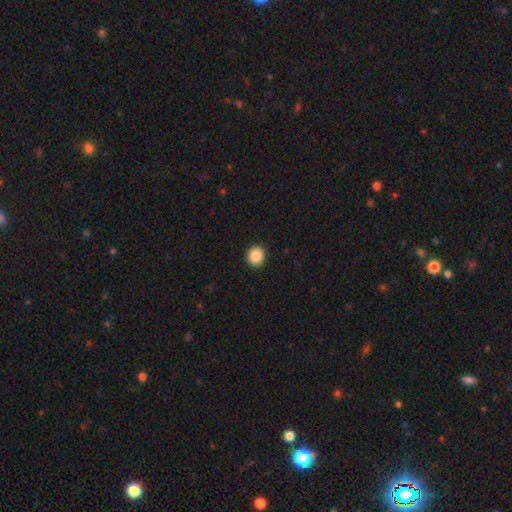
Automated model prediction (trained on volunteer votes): Smooth or featured: smooth — 88% (star or artifact — 9%)
How rounded: round — 84% (in between — 15%)
Merging: none — 93% (minor disturbance — 5%)